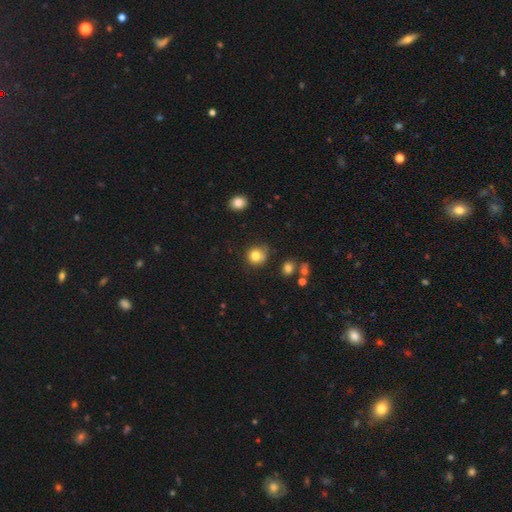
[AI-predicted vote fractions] The model was most divided on "merging": none: 64%, minor disturbance: 24%, major disturbance: 7%, merger: 5%. More confident: how rounded — round (83%); smooth or featured — smooth (80%).